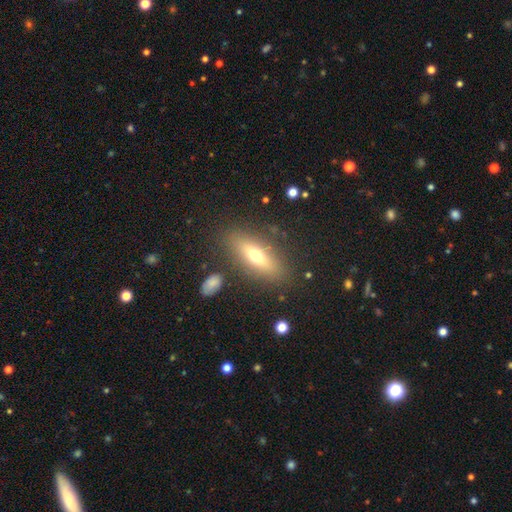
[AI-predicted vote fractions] Smooth or featured?
  - smooth: 56% *
  - featured or disk: 34%
  - star or artifact: 9%
How rounded?
  - in between: 56% *
  - cigar-shaped: 39%
  - round: 5%
Merging?
  - none: 82% *
  - minor disturbance: 10%
  - major disturbance: 4%
  - merger: 3%